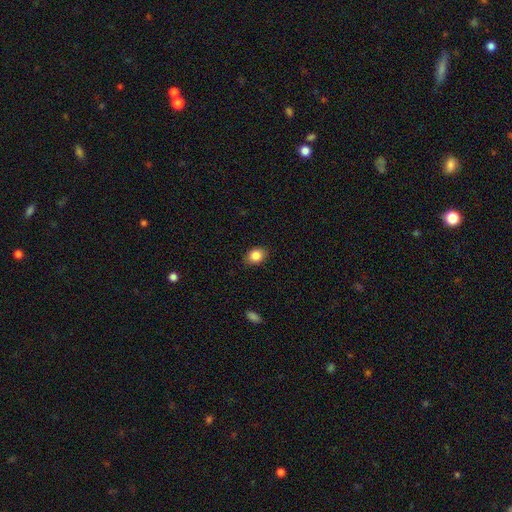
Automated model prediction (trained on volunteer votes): A smooth galaxy with no disk features (85%) that is in between round and cigar-shaped (57%). Merging: none (86%).